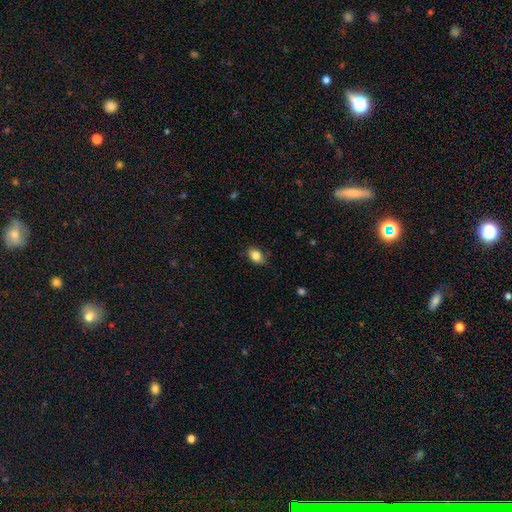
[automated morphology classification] This is clearly a smooth galaxy (85%). How rounded: likely in between (78%). Merging: likely none (80%).